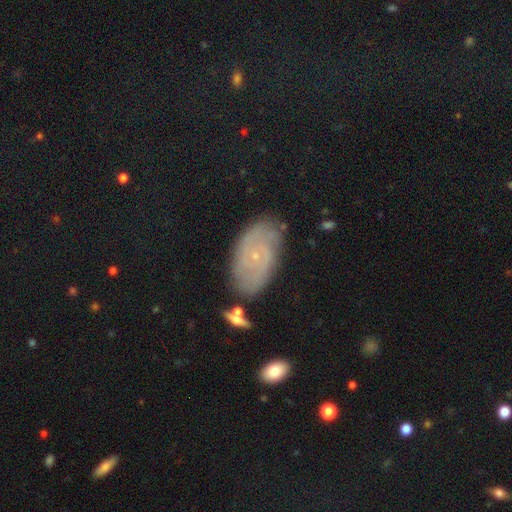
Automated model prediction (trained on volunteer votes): Smooth or featured? Predicted: featured or disk (p=0.61). Edge-on disk? Predicted: no (p=0.95). Bar? Predicted: no (p=0.72). Spiral arms? Predicted: yes (p=0.86). Bulge size? Predicted: small (p=0.88). Merging? Predicted: none (p=0.75).